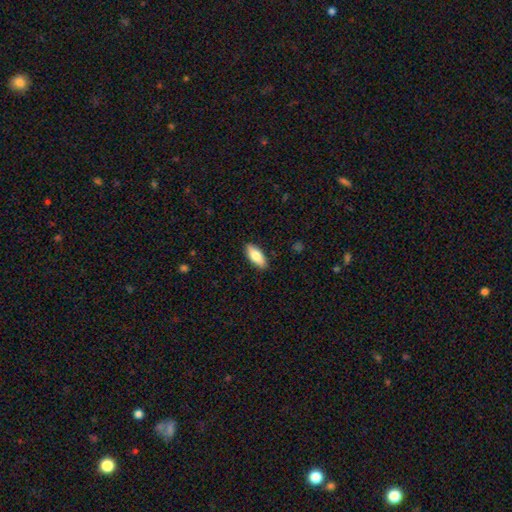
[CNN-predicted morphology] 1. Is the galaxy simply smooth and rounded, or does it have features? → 79% smooth, 15% featured or disk, 6% star or artifact.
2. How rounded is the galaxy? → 82% in between, 16% cigar-shaped, 2% round.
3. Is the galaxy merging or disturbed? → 89% none, 8% minor disturbance, 2% major disturbance, 1% merger.